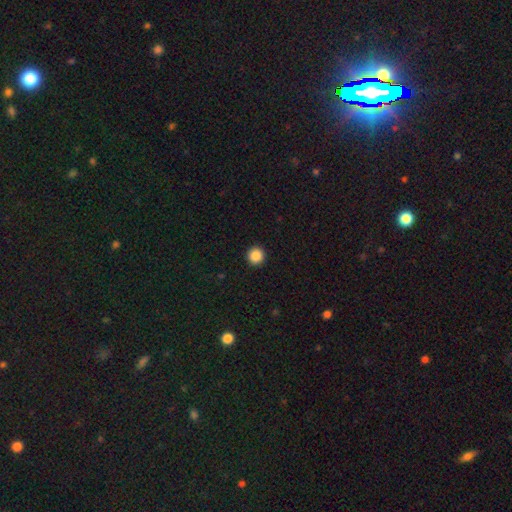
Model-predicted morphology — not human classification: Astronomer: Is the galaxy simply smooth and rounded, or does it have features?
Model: smooth — 87%.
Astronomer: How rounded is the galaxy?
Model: round — 96%.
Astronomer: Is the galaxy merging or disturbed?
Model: none — 94%.